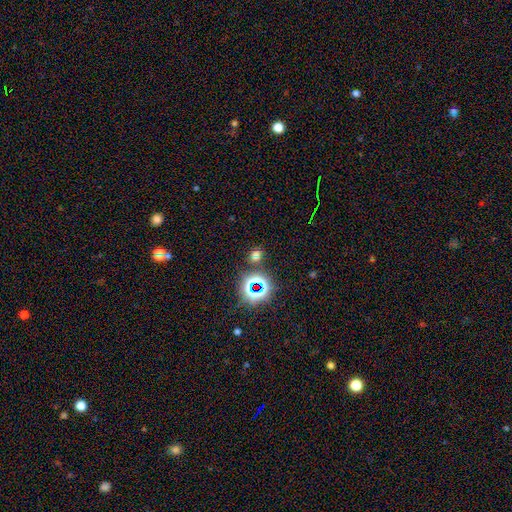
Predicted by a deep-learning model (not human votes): Overall: smooth (47%; star or artifact 45%). Merging: none (70%).